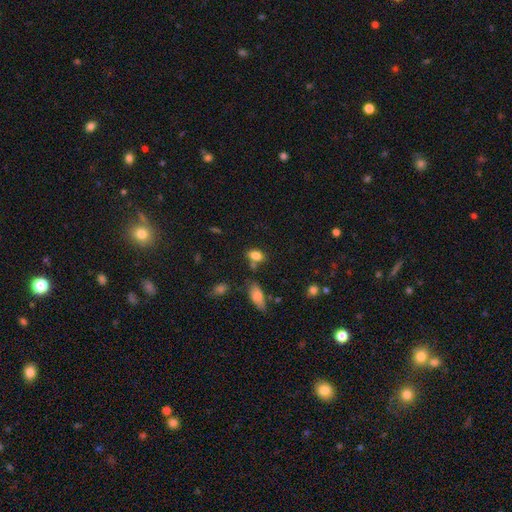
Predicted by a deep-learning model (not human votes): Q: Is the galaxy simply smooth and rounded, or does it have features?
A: smooth — 81%.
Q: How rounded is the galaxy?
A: in between — 81%.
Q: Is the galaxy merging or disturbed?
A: none — 62%.